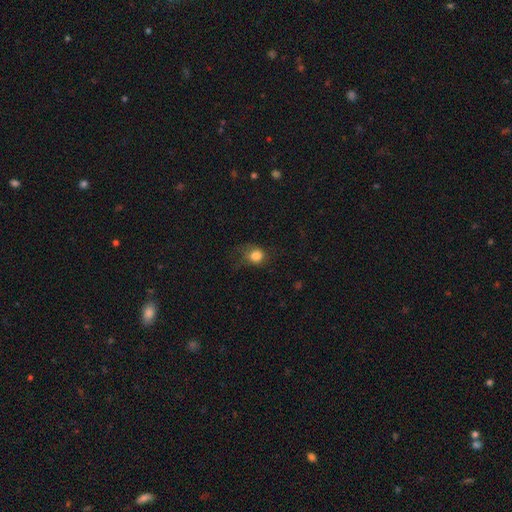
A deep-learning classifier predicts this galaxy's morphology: Overall: smooth (82%). How rounded: round (74%). Merging: none (54%; minor disturbance 26%).